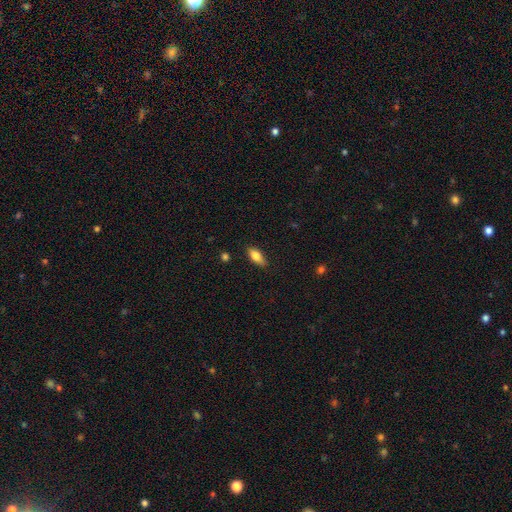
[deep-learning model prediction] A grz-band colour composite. It shows a smooth galaxy with no disk features (79%) that is in between round and cigar-shaped (79%). Merging: none (83%).